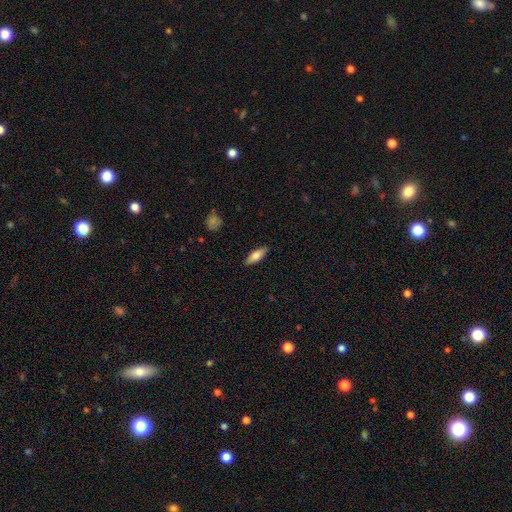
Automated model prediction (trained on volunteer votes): smooth 74%, featured or disk 20%, star or artifact 6%. Down the decision tree: how rounded — in between (68%); merging — none (88%).